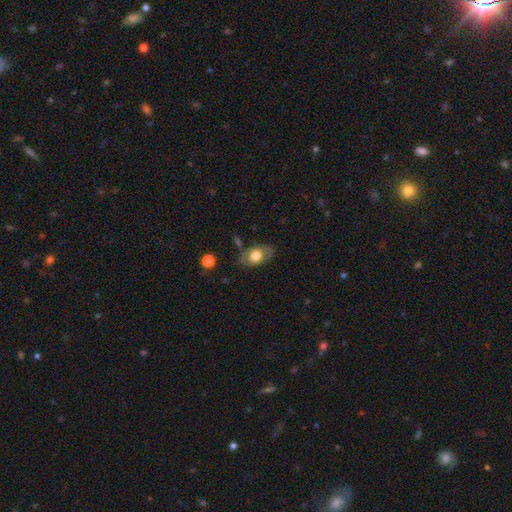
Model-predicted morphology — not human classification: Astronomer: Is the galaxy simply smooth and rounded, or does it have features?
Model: smooth — 62%.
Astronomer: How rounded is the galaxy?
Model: in between — 84%.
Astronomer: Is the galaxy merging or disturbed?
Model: none — 70%.